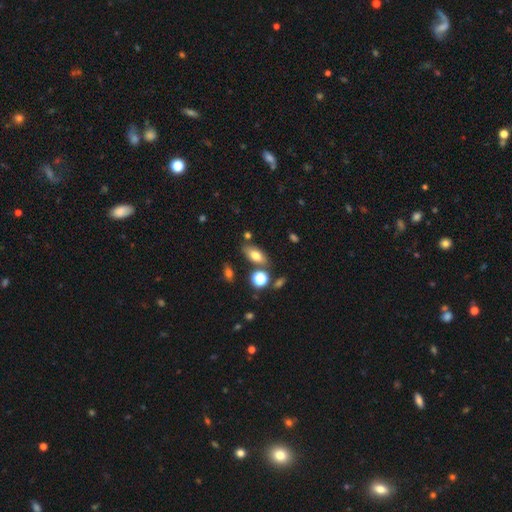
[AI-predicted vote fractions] Smooth or featured? smooth (72%)
How rounded? in between (83%)
Merging? none (75%)